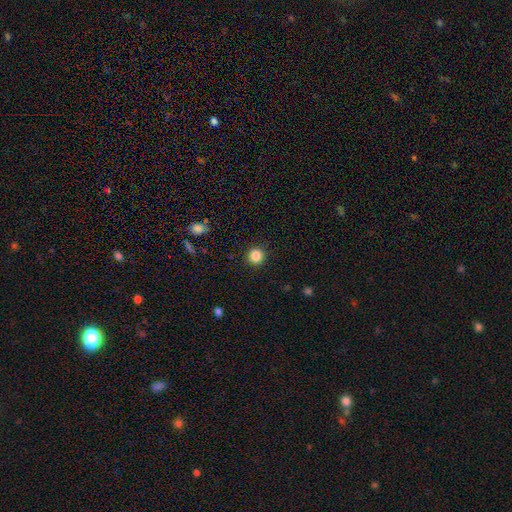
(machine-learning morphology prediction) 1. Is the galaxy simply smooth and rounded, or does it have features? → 85% smooth, 11% star or artifact, 4% featured or disk.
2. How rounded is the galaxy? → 93% round, 6% in between, 1% cigar-shaped.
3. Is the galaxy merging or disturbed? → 91% none, 6% minor disturbance, 2% major disturbance, 1% merger.